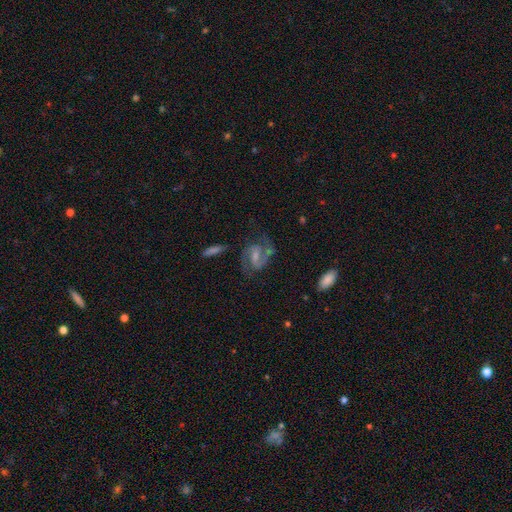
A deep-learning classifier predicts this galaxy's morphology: Q: Smooth or featured?
A: featured or disk (87%); runner-up: smooth (8%)
Q: Edge-on disk?
A: no (97%); runner-up: yes (3%)
Q: Bar?
A: weak (52%); runner-up: strong (26%)
Q: Spiral arms?
A: yes (97%); runner-up: no (3%)
Q: Spiral winding?
A: medium (61%); runner-up: loose (20%)
Q: Spiral arm count?
A: 2 (91%); runner-up: can't tell (3%)
Q: Bulge size?
A: small (42%); runner-up: moderate (35%)
Q: Merging?
A: none (67%); runner-up: minor disturbance (17%)